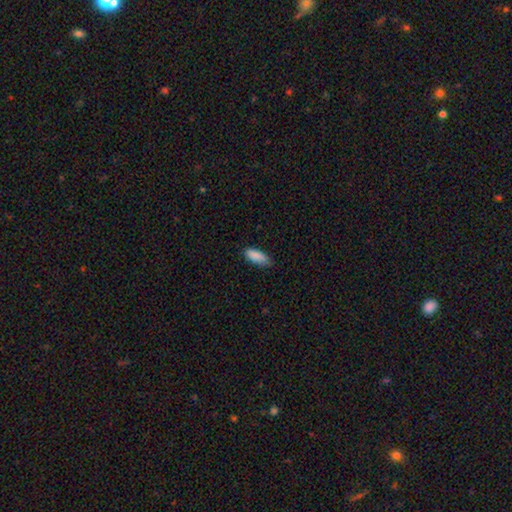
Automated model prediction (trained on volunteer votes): Smooth or featured?
  - smooth: 88% *
  - star or artifact: 7%
  - featured or disk: 5%
How rounded?
  - in between: 76% *
  - cigar-shaped: 22%
  - round: 2%
Merging?
  - none: 71% *
  - minor disturbance: 24%
  - major disturbance: 3%
  - merger: 1%